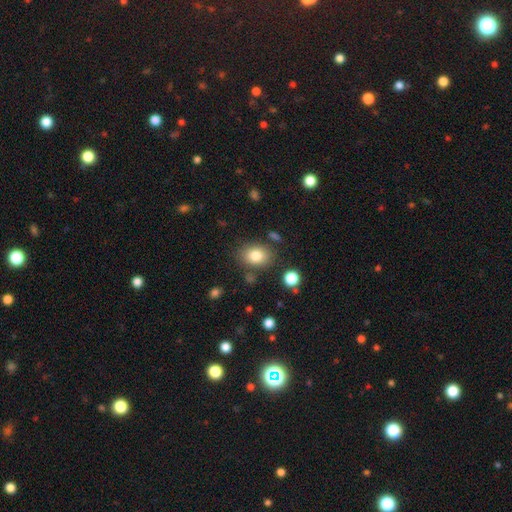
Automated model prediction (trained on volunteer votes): This is clearly a smooth galaxy (82%). How rounded: likely in between (66%). Merging: likely none (79%).